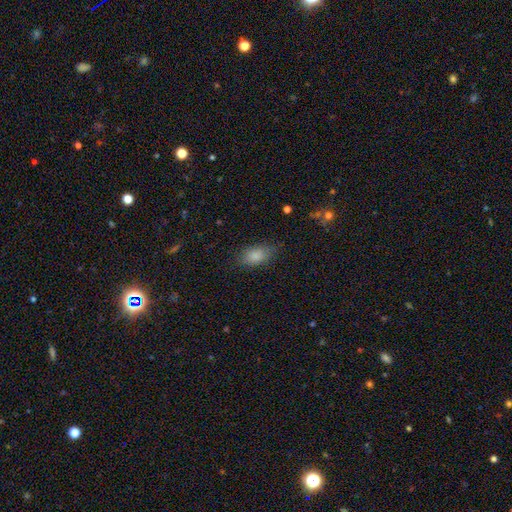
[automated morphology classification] This appears to be a smooth galaxy with no disk features (86%) that is in between round and cigar-shaped (89%). Merging: none (78%).